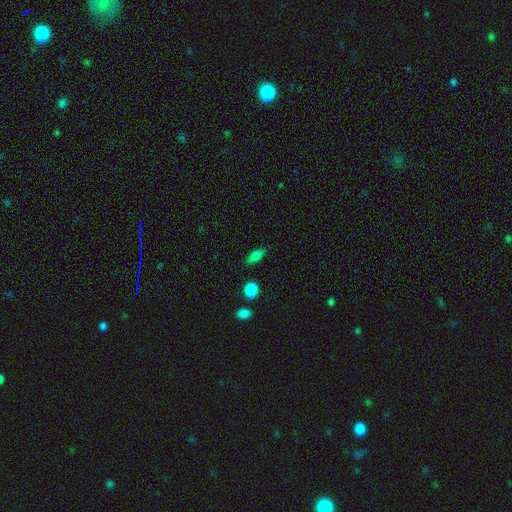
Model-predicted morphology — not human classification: The model was most divided on "how rounded": in between: 73%, cigar-shaped: 20%, round: 7%. More confident: merging — none (82%); smooth or featured — smooth (76%).